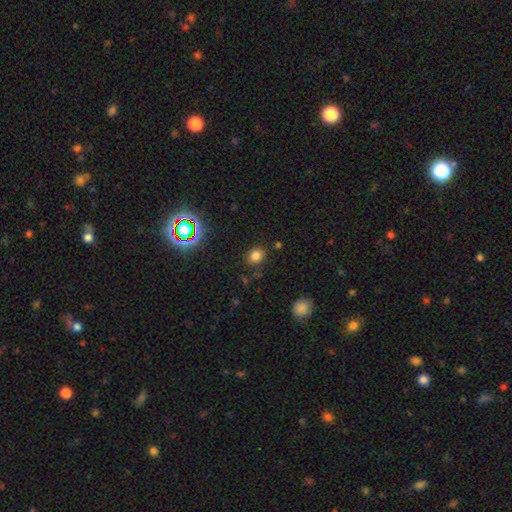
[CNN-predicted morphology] smooth-or-featured: smooth: 77% | star or artifact: 17% | featured or disk: 6%
  how-rounded: round: 62% | in between: 37% | cigar-shaped: 1%
  merging: none: 81% | minor disturbance: 12% | major disturbance: 4% | merger: 3%